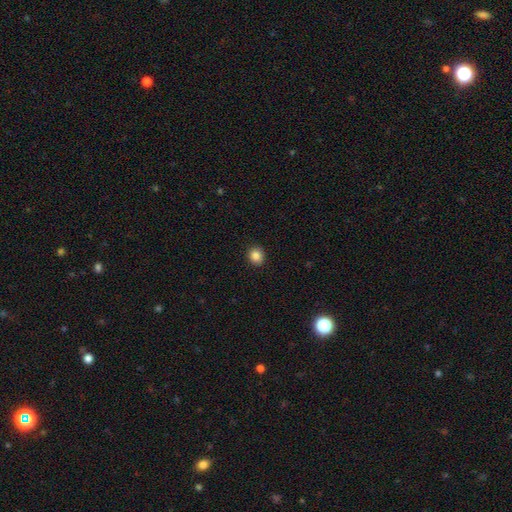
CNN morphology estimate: Smooth or featured? Predicted: smooth (p=0.85). How rounded? Predicted: round (p=0.77). Merging? Predicted: none (p=0.92).